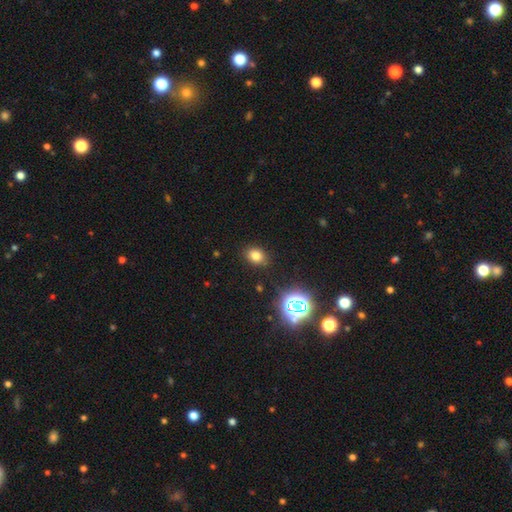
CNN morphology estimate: Q: Smooth or featured?
A: smooth (75%); runner-up: star or artifact (18%)
Q: How rounded?
A: in between (59%); runner-up: round (40%)
Q: Merging?
A: none (86%); runner-up: minor disturbance (10%)